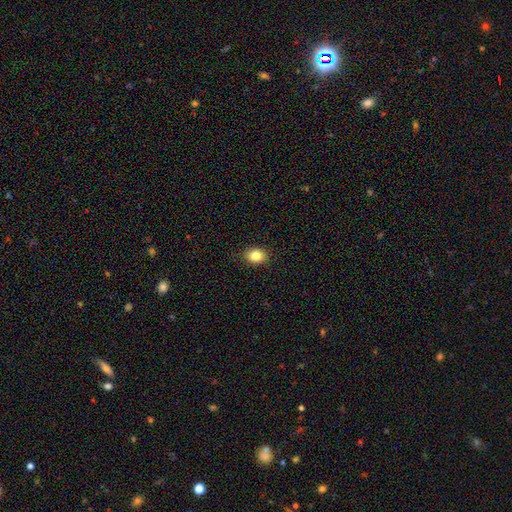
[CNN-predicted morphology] This is clearly a smooth galaxy (83%). How rounded: possibly in between (53%). Merging: clearly none (90%).